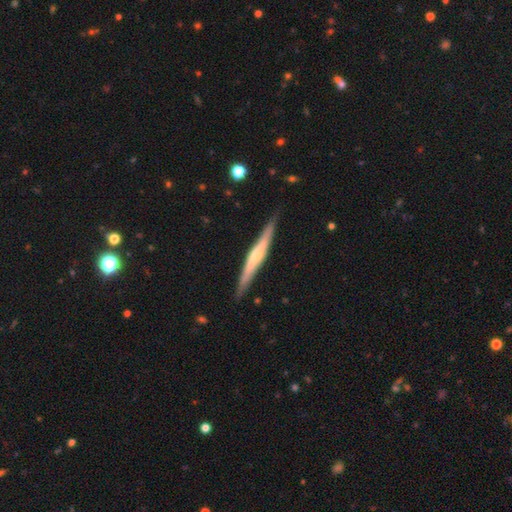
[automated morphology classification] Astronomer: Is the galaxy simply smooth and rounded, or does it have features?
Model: featured or disk — 68%.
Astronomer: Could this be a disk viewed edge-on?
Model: yes — 97%.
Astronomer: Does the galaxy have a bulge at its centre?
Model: rounded — 71%.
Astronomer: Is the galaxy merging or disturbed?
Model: none — 88%.